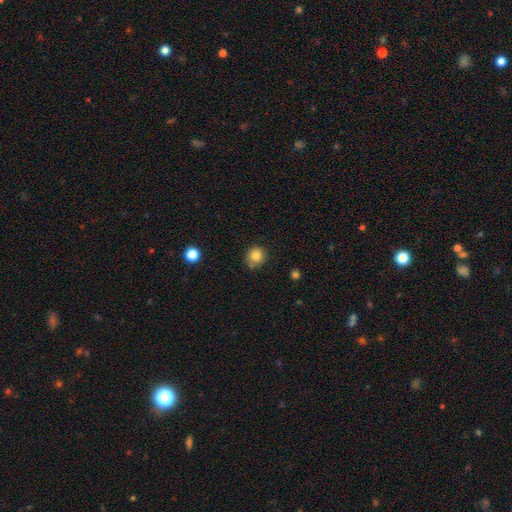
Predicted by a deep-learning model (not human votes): smooth_or_featured: smooth (p=0.82) [alt: star or artifact p=0.11]
how_rounded: round (p=0.87) [alt: in between p=0.12]
merging: none (p=0.76) [alt: minor disturbance p=0.17]